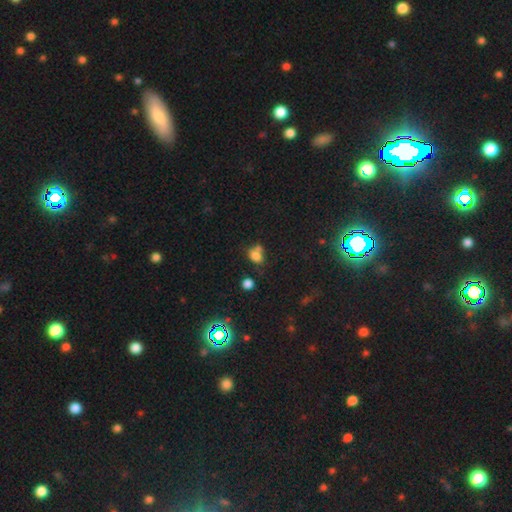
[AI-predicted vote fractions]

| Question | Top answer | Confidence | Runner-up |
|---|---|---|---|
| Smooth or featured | smooth | 74% | star or artifact (15%) |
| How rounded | in between | 59% | round (39%) |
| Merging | merger | 39% | tied: none (39%) |